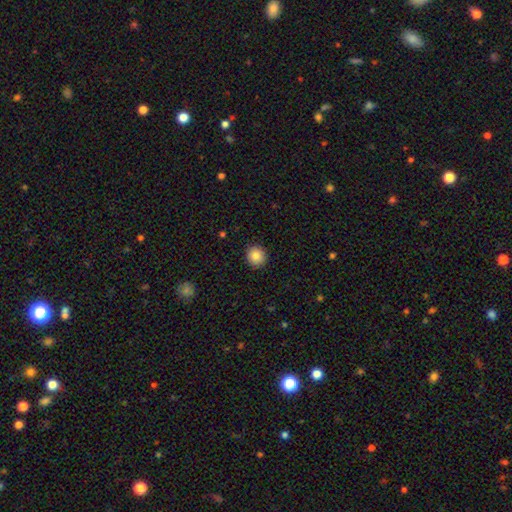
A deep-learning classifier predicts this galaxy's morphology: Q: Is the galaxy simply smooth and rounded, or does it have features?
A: smooth — 85%.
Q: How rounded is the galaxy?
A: round — 90%.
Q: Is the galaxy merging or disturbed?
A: none — 92%.